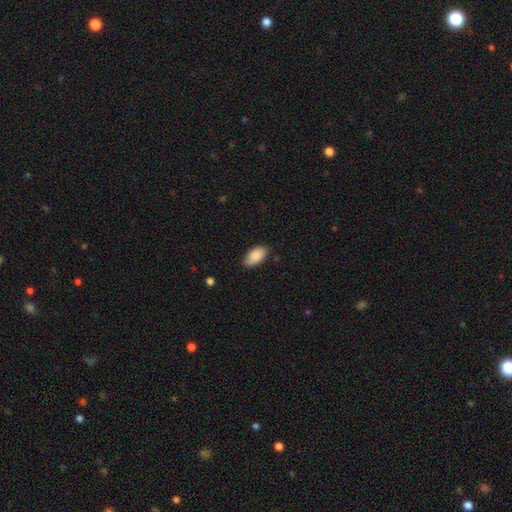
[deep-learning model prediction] smooth_or_featured: smooth (p=0.87) [alt: featured or disk p=0.07]
how_rounded: in between (p=0.95) [alt: cigar-shaped p=0.03]
merging: none (p=0.79) [alt: minor disturbance p=0.18]